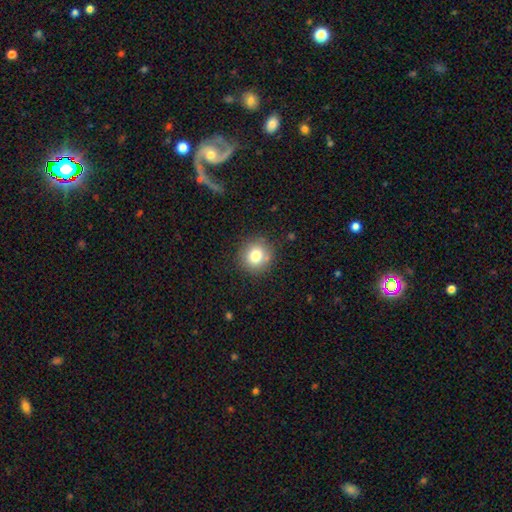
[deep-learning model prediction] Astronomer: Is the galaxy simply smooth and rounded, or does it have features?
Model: smooth — 78%.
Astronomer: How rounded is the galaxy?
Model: round — 91%.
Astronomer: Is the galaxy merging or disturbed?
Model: none — 86%.